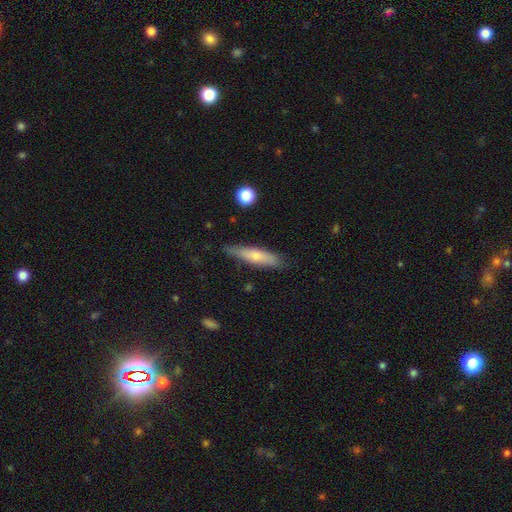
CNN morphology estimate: This appears to be a smooth galaxy with no disk features (58%) that is cigar-shaped (80%). Merging: none (81%).